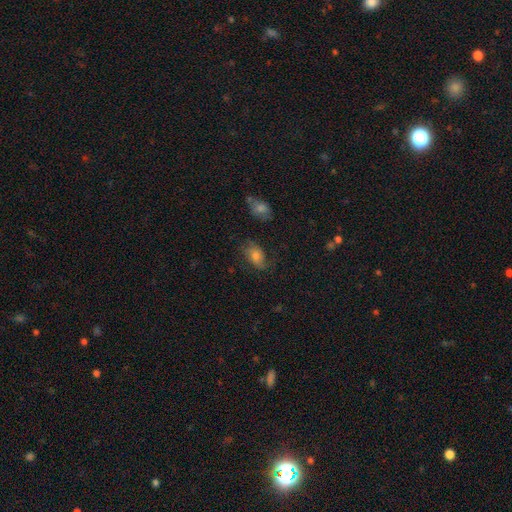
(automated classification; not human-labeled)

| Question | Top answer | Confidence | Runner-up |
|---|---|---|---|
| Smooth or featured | smooth | 53% | featured or disk (33%) |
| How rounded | in between | 83% | round (14%) |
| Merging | none | 64% | minor disturbance (22%) |